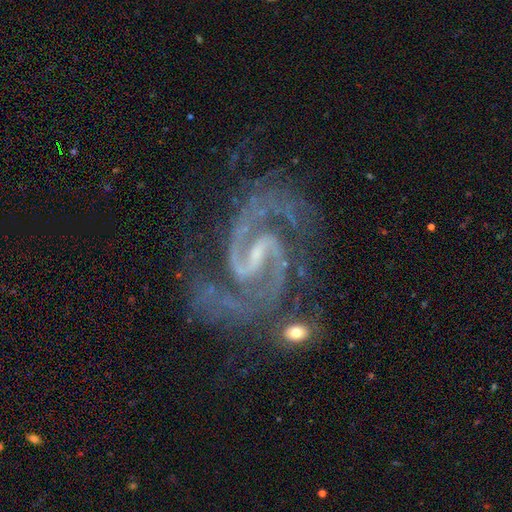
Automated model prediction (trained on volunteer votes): Morphology: type=featured or disk (93%); edge-on=no (98%); bar=weak (47%); spiral arms=yes (99%); winding=medium (61%); arm count=2 (93%); bulge=small (59%); merging=none (69%).